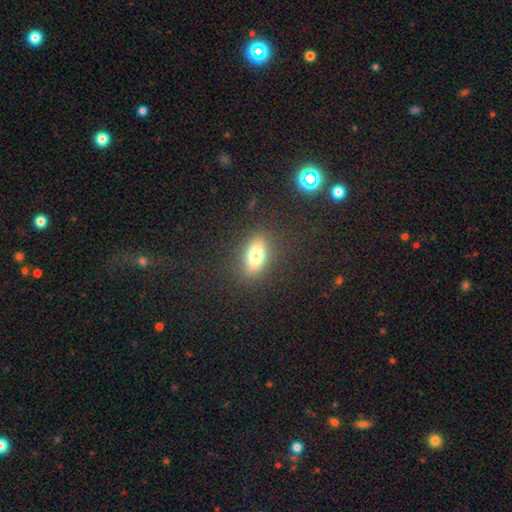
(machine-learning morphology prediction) Smooth or featured?
  - smooth: 72% *
  - featured or disk: 17%
  - star or artifact: 11%
How rounded?
  - in between: 78% *
  - cigar-shaped: 11%
  - round: 11%
Merging?
  - none: 86% *
  - minor disturbance: 9%
  - major disturbance: 4%
  - merger: 1%